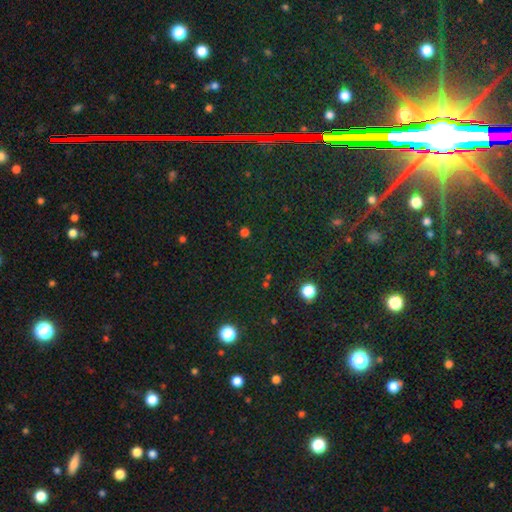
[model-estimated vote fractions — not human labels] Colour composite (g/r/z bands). It shows a star or artifact, not a galaxy (79%).